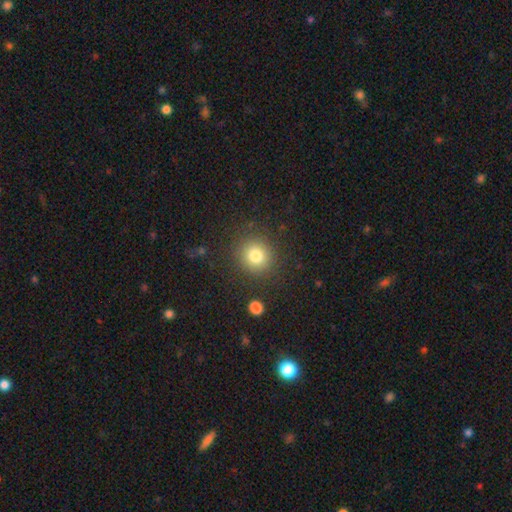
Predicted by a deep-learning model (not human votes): smooth_or_featured: smooth (p=0.80) [alt: star or artifact p=0.13]
how_rounded: round (p=0.89) [alt: in between p=0.10]
merging: none (p=0.87) [alt: minor disturbance p=0.07]